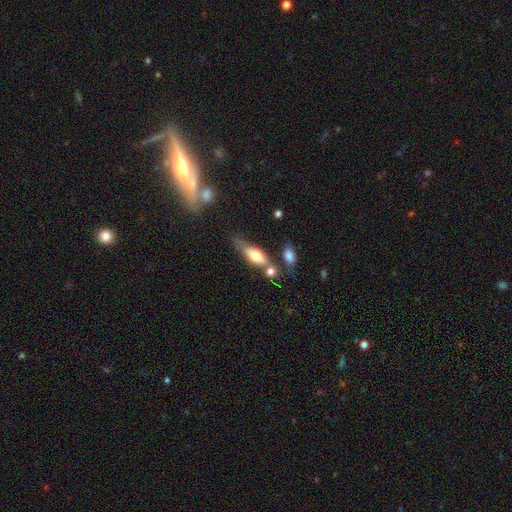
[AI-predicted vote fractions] A smooth galaxy with no disk features (63%) that is in between round and cigar-shaped (61%). Merging: none (44%).